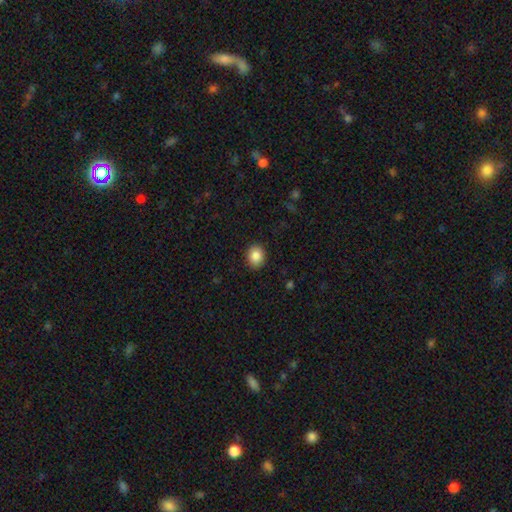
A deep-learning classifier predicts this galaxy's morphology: Smooth or featured? smooth (86%)
How rounded? round (57%)
Merging? none (90%)